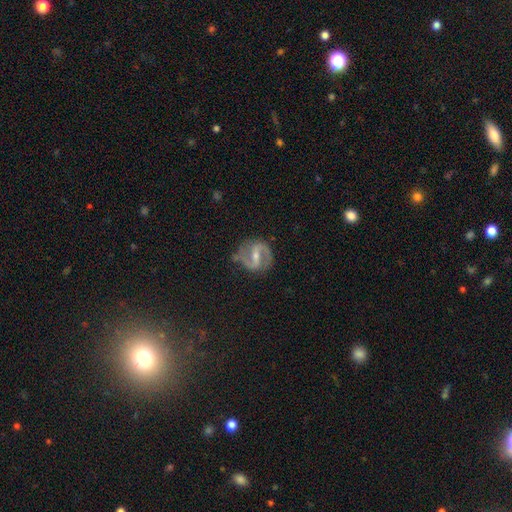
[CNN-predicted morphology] smooth_or_featured: featured or disk (p=0.86) [alt: smooth p=0.07]
disk_edge_on: no (p=0.97) [alt: yes p=0.03]
bar: strong (p=0.55) [alt: weak p=0.35]
has_spiral_arms: yes (p=0.94) [alt: no p=0.06]
spiral_winding: medium (p=0.54) [alt: tight p=0.25]
spiral_arm_count: 2 (p=0.92) [alt: can't tell p=0.03]
bulge_size: small (p=0.54) [alt: moderate p=0.38]
merging: none (p=0.79) [alt: minor disturbance p=0.14]